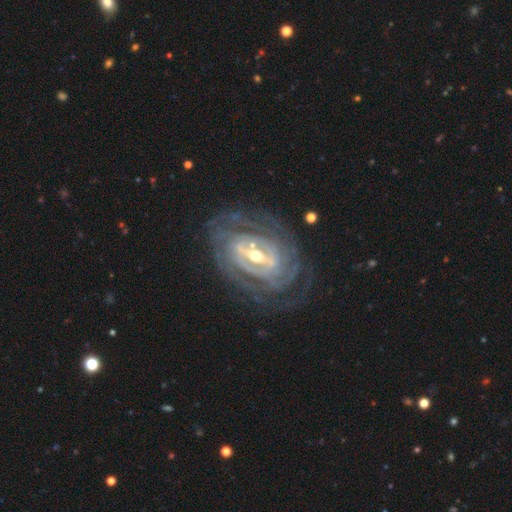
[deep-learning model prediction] A featured or disk galaxy (89%) with a strong bar (55%), tight (78%) spiral arms (94%) and a moderate central bulge (56%).

Vote fractions:
- Smooth or featured? featured or disk: 89% / star or artifact: 6% / smooth: 5%
- Edge-on disk? no: 95% / yes: 5%
- Bar? strong: 55% / weak: 31% / no: 14%
- Spiral arms? yes: 94% / no: 6%
- Spiral winding? tight: 78% / medium: 18% / loose: 5%
- Spiral arm count? can't tell: 35% / 2: 18% / 3: 16% / 4: 14% / more than 4: 10% / 1: 7%
- Bulge size? moderate: 56% / small: 37% / large: 5% / dominant: 1% / none: 1%
- Merging? none: 75% / minor disturbance: 14% / major disturbance: 9% / merger: 2%